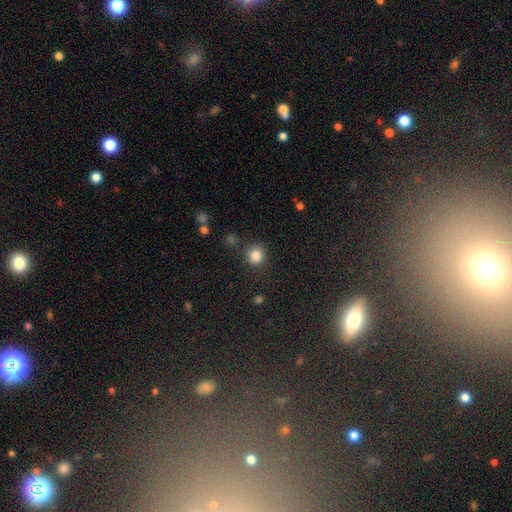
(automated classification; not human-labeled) The model was most divided on "smooth or featured": smooth: 84%, star or artifact: 11%, featured or disk: 5%. More confident: how rounded — round (86%); merging — none (83%).